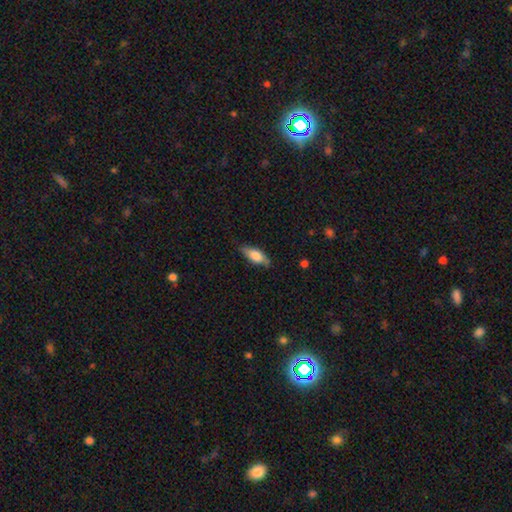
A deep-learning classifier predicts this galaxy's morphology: smooth_or_featured: smooth (p=0.74) [alt: featured or disk p=0.20]
how_rounded: in between (p=0.76) [alt: cigar-shaped p=0.21]
merging: none (p=0.72) [alt: minor disturbance p=0.23]